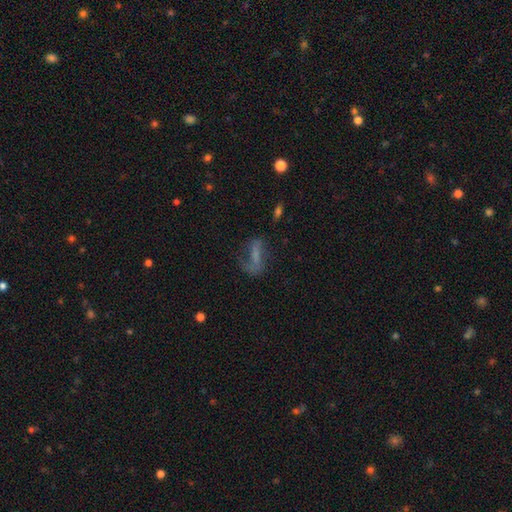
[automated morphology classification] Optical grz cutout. It shows a featured or disk galaxy (45%). Merging: none (39%).